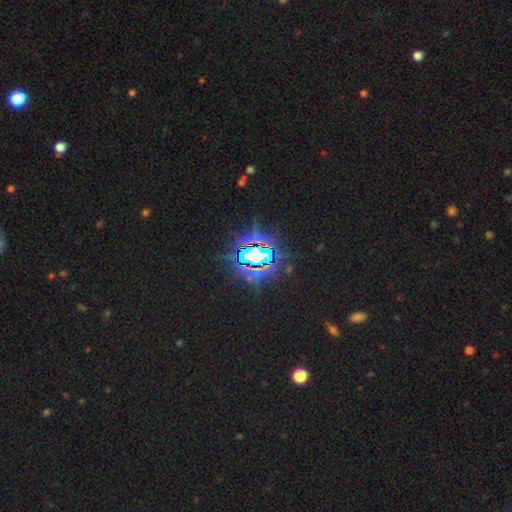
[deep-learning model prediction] Smooth or featured? Predicted: star or artifact (p=0.78).